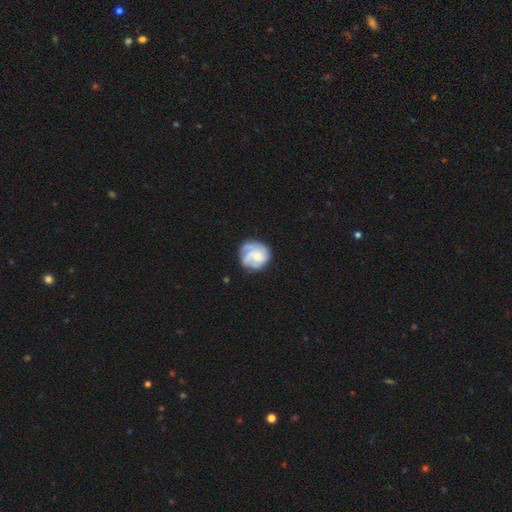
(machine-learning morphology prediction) Overall: featured or disk (61%; smooth 32%). Edge-on disk: no (98%). Bar: no (76%). Spiral arms: yes (87%). Spiral arm count: 3 (36%; can't tell 29%). Spiral winding: tight (52%; medium 33%). Bulge size: small (39%; moderate 33%). Merging: none (66%).